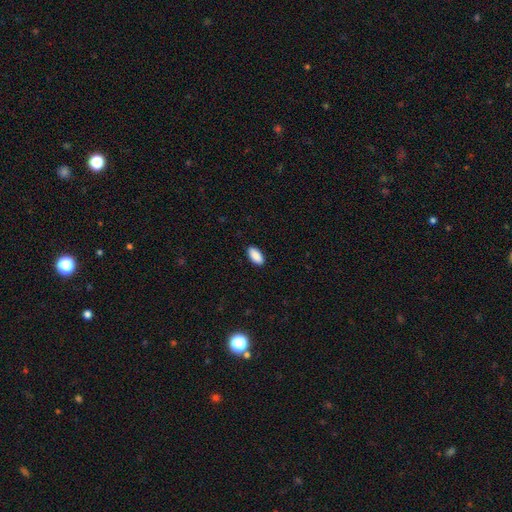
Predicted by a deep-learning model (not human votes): Smooth or featured? Predicted: smooth (p=0.90). How rounded? Predicted: in between (p=0.94). Merging? Predicted: none (p=0.89).